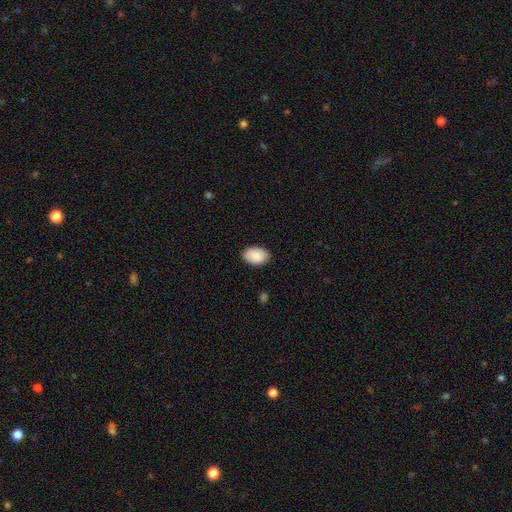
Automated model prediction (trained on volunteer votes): A smooth galaxy with no disk features (89%) that is in between round and cigar-shaped (90%).

Vote fractions:
- Smooth or featured? smooth: 89% / star or artifact: 6% / featured or disk: 5%
- How rounded? in between: 90% / round: 9% / cigar-shaped: 1%
- Merging? none: 88% / minor disturbance: 9% / major disturbance: 2% / merger: 1%